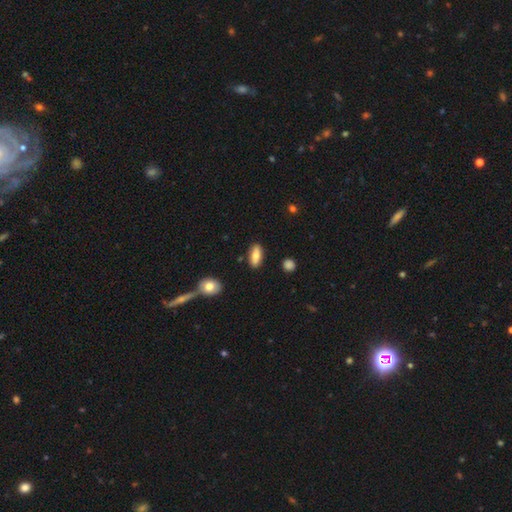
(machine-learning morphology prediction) Smooth or featured?
  - smooth: 78% *
  - featured or disk: 15%
  - star or artifact: 7%
How rounded?
  - in between: 78% *
  - cigar-shaped: 19%
  - round: 3%
Merging?
  - none: 86% *
  - minor disturbance: 10%
  - merger: 3%
  - major disturbance: 2%